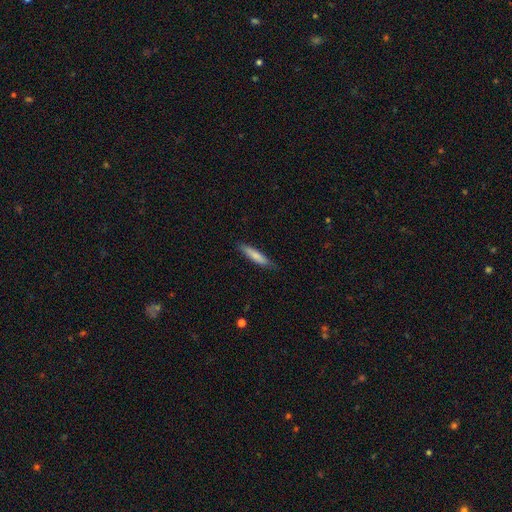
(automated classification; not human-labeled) smooth-or-featured: smooth: 77% | featured or disk: 17% | star or artifact: 6%
  how-rounded: cigar-shaped: 86% | in between: 13% | round: 1%
  merging: none: 82% | minor disturbance: 15% | major disturbance: 2% | merger: 1%